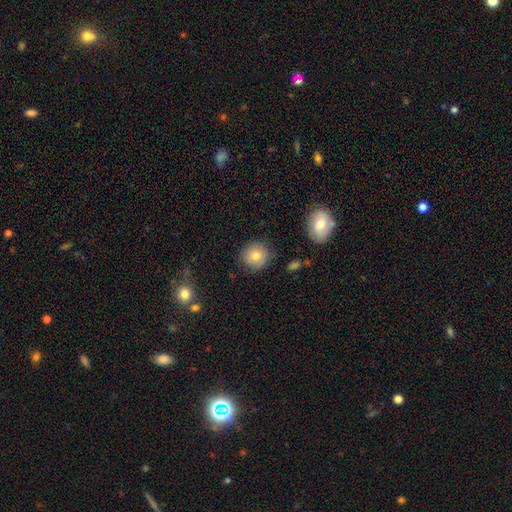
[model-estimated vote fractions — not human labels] Smooth or featured: smooth — 79% (featured or disk — 12%)
How rounded: round — 90% (in between — 9%)
Merging: none — 84% (minor disturbance — 11%)